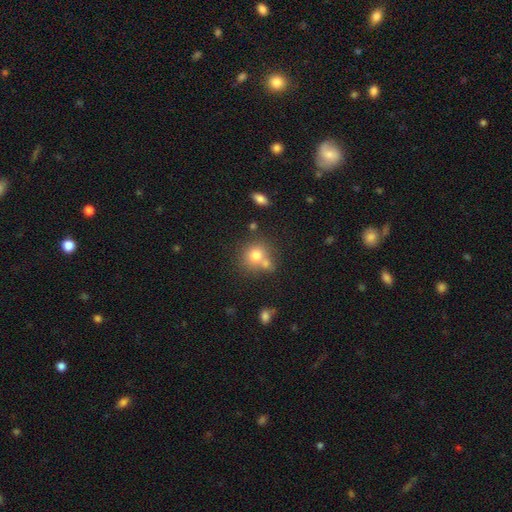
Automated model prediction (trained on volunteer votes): This is likely a smooth galaxy (75%). How rounded: clearly round (82%). Merging: possibly none (53%).